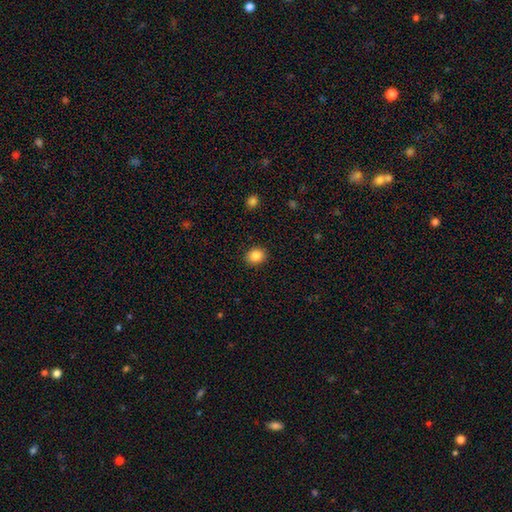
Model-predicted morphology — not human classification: Q: Smooth or featured?
A: smooth (87%); runner-up: star or artifact (9%)
Q: How rounded?
A: round (53%); runner-up: in between (46%)
Q: Merging?
A: none (90%); runner-up: minor disturbance (7%)